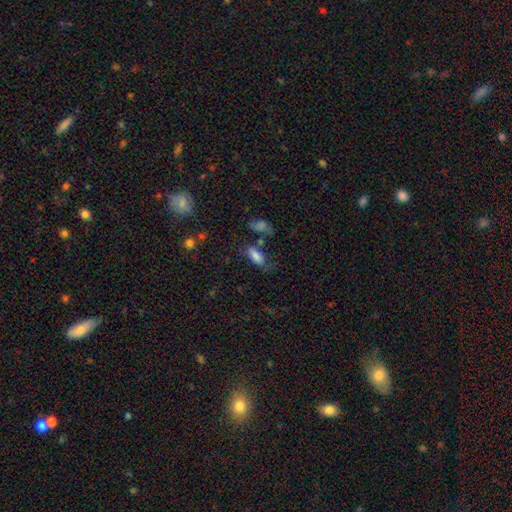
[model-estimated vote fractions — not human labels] Morphology: type=smooth (78%); roundness=in between (85%); merging=none (49%).